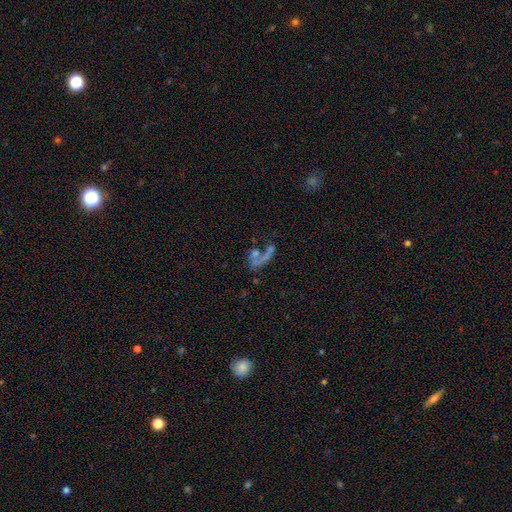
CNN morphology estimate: Q: Smooth or featured?
A: featured or disk (43%); runner-up: smooth (35%)
Q: Merging?
A: merger (34%); runner-up: none (29%)